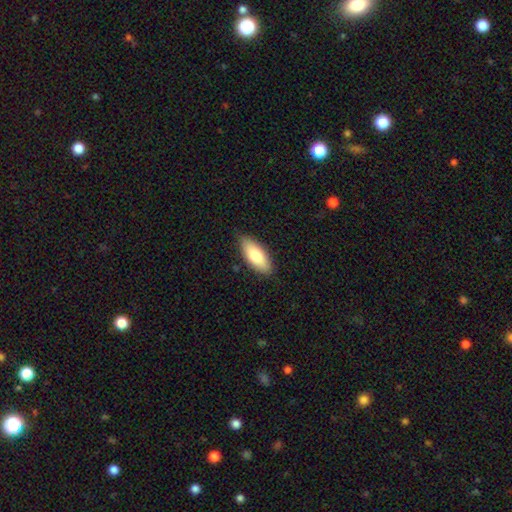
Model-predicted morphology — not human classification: smooth-or-featured: smooth: 78% | featured or disk: 16% | star or artifact: 6%
  how-rounded: in between: 81% | cigar-shaped: 17% | round: 2%
  merging: none: 84% | minor disturbance: 13% | major disturbance: 2% | merger: 1%